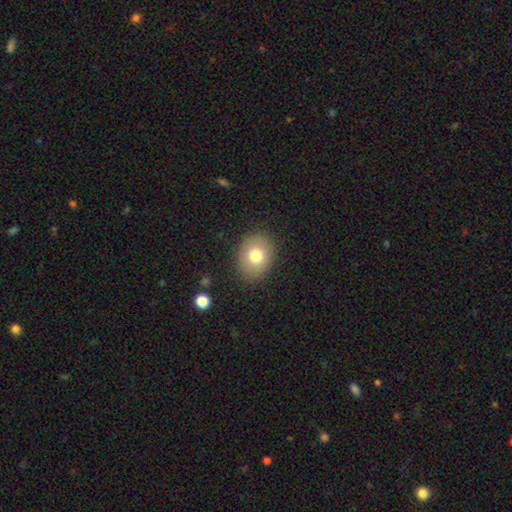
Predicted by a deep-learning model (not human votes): Q: Smooth or featured?
A: smooth (75%); runner-up: featured or disk (15%)
Q: How rounded?
A: in between (56%); runner-up: round (43%)
Q: Merging?
A: none (86%); runner-up: minor disturbance (10%)